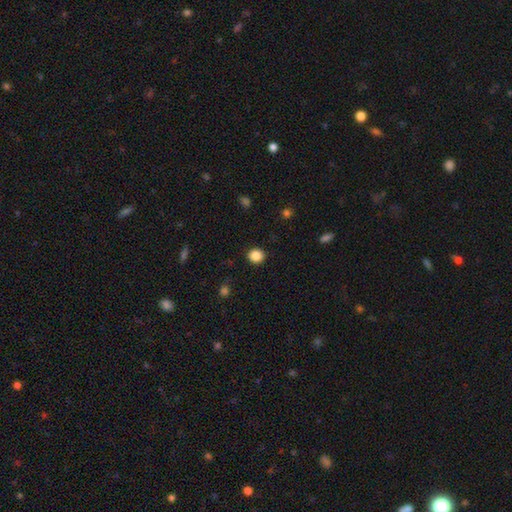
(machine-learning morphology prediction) A smooth galaxy with no disk features (86%) that is round (84%). Merging: none (91%).